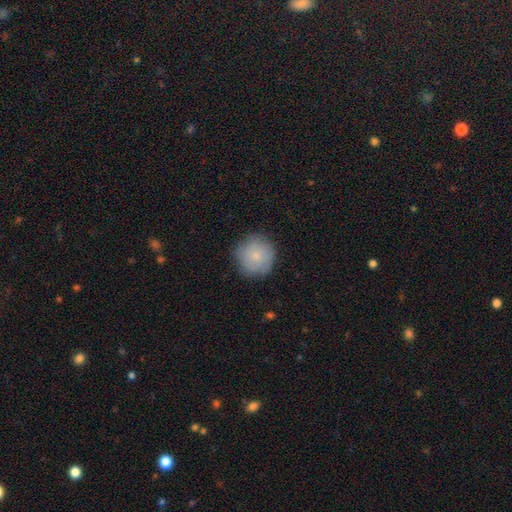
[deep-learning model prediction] smooth-or-featured: smooth: 79% | featured or disk: 13% | star or artifact: 7%
  how-rounded: round: 94% | in between: 5% | cigar-shaped: 1%
  merging: none: 82% | minor disturbance: 14% | major disturbance: 3% | merger: 1%